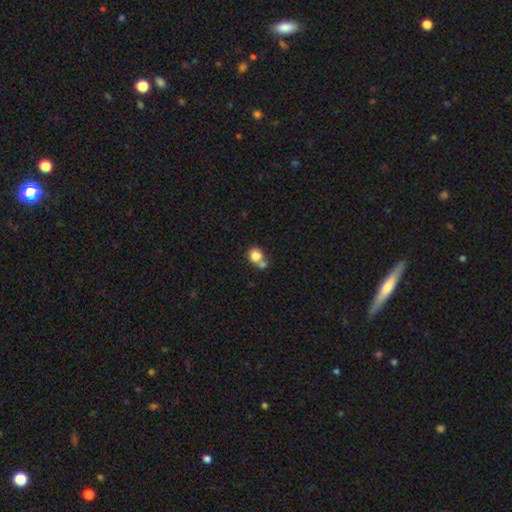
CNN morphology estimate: This appears to be a smooth galaxy with no disk features (82%) that is round (80%). Merging: merger (46%).